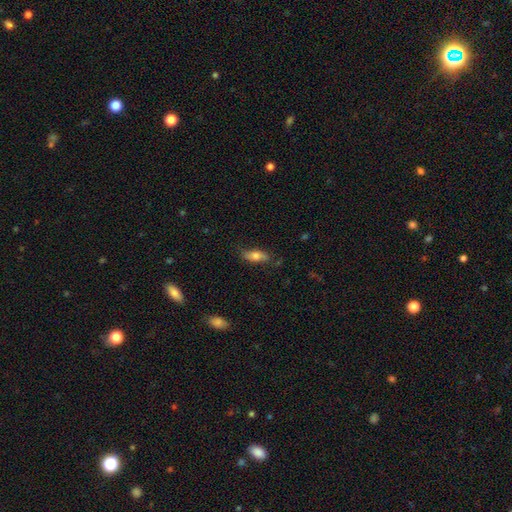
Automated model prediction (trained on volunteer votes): A smooth galaxy with no disk features (68%) that is in between round and cigar-shaped (73%). Merging: none (74%).